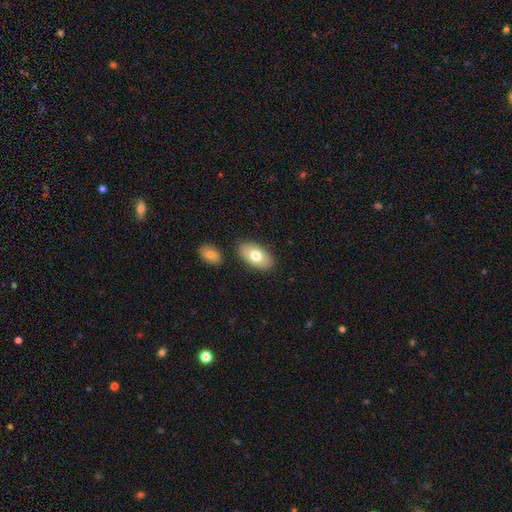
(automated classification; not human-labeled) Morphology: type=smooth (73%); roundness=in between (94%); merging=none (84%).